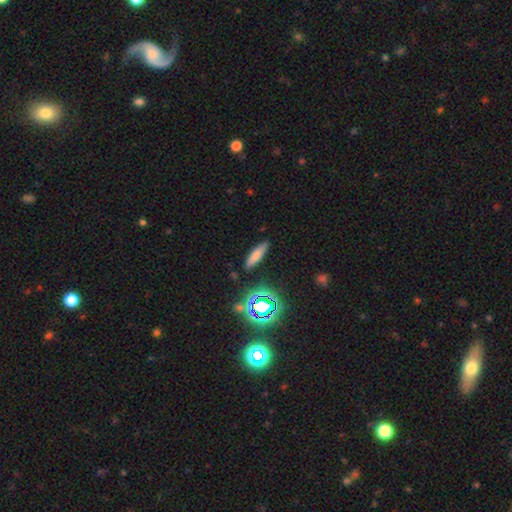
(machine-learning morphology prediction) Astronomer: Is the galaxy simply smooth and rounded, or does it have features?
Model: smooth — 69%.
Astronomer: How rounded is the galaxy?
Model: cigar-shaped — 68%.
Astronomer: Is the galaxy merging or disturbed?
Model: none — 85%.